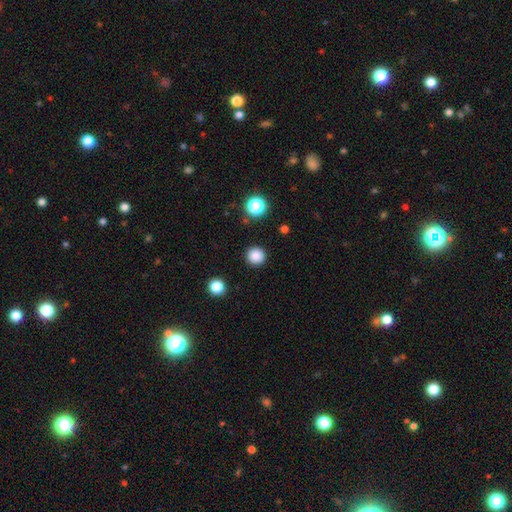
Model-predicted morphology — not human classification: The model was most divided on "smooth or featured": smooth: 85%, star or artifact: 12%, featured or disk: 3%. More confident: how rounded — round (96%); merging — none (91%).